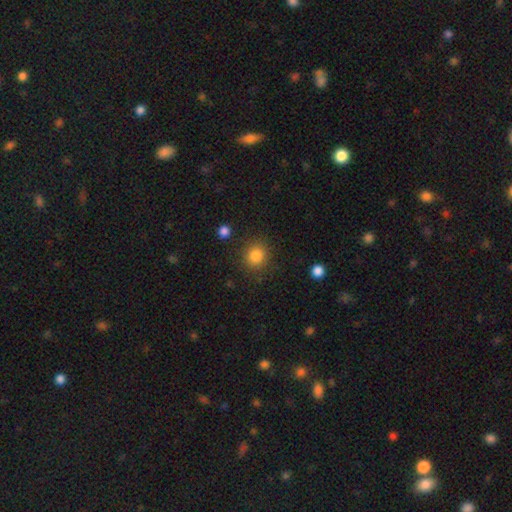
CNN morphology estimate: smooth 84%, star or artifact 11%, featured or disk 5%. Down the decision tree: how rounded — round (86%); merging — none (86%).